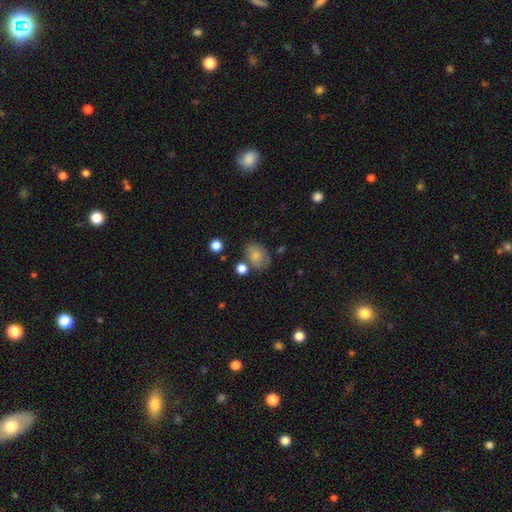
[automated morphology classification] This is likely a smooth galaxy (72%). How rounded: likely in between (66%). Merging: possibly none (58%).